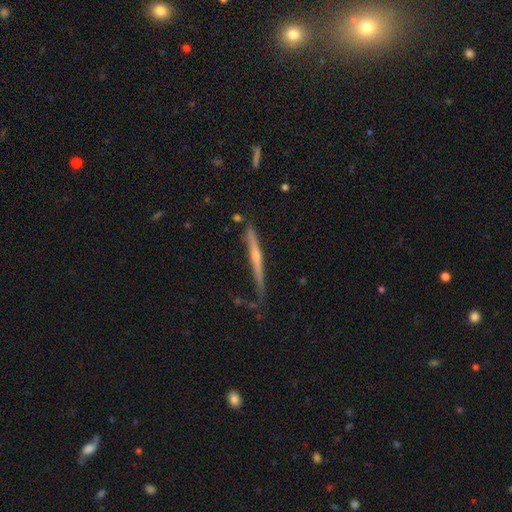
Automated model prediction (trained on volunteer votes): Smooth or featured?
  - featured or disk: 68% *
  - smooth: 21%
  - star or artifact: 10%
Edge-on disk?
  - yes: 92% *
  - no: 8%
Edge-on bulge?
  - rounded: 68% *
  - none: 25%
  - boxy: 7%
Merging?
  - none: 66% *
  - minor disturbance: 22%
  - major disturbance: 8%
  - merger: 3%